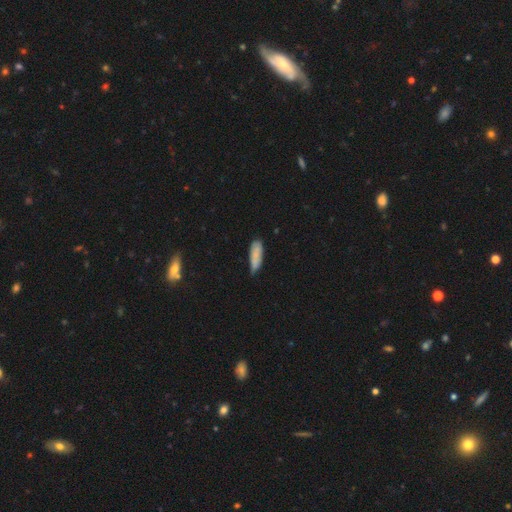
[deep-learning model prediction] Smooth or featured: smooth — 78% (featured or disk — 15%)
How rounded: in between — 56% (cigar-shaped — 42%)
Merging: none — 55% (minor disturbance — 36%)